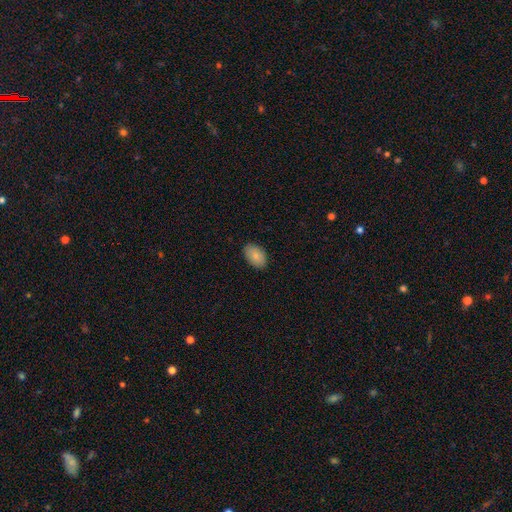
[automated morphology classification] A smooth galaxy with no disk features (85%) that is in between round and cigar-shaped (90%).

Vote fractions:
- Smooth or featured? smooth: 85% / featured or disk: 8% / star or artifact: 7%
- How rounded? in between: 90% / round: 9% / cigar-shaped: 1%
- Merging? none: 88% / minor disturbance: 9% / major disturbance: 2% / merger: 1%